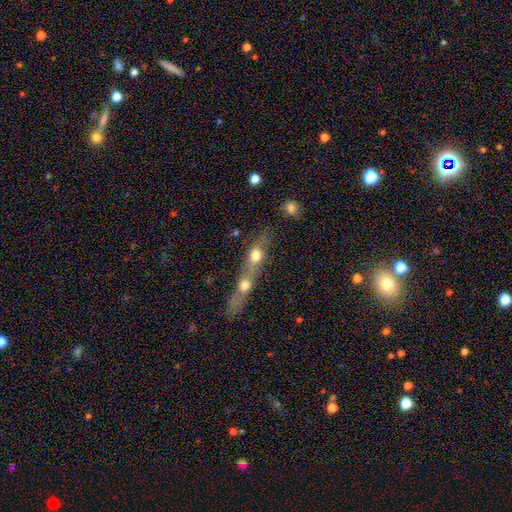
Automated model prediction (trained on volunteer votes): Smooth or featured?
  - smooth: 59% *
  - featured or disk: 29%
  - star or artifact: 11%
How rounded?
  - in between: 37% * (tied)
  - cigar-shaped: 37% * (tied)
  - round: 25%
Merging?
  - merger: 58% *
  - none: 29%
  - minor disturbance: 8%
  - major disturbance: 5%